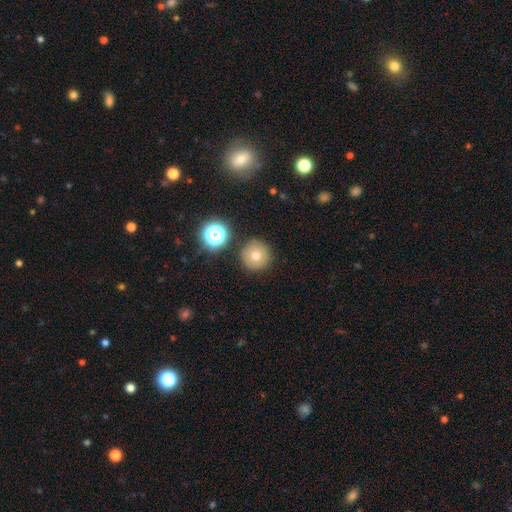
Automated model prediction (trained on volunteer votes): Q: Smooth or featured?
A: smooth (68%); runner-up: star or artifact (16%)
Q: How rounded?
A: round (96%); runner-up: in between (3%)
Q: Merging?
A: none (88%); runner-up: minor disturbance (7%)